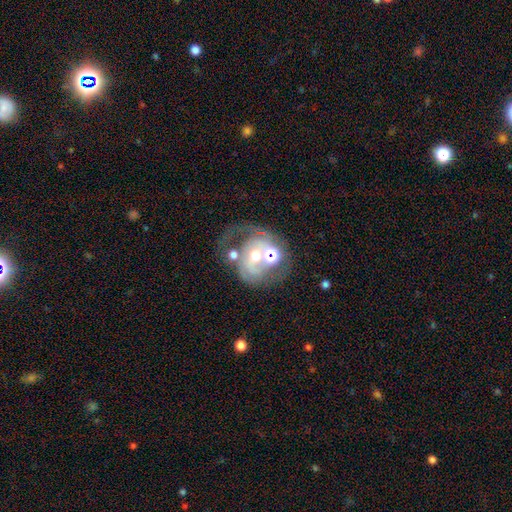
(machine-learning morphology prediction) A featured or disk galaxy (74%) with no bar (54%), 2 (69%) medium (46%) spiral arms (84%) and a moderate central bulge (62%). Merging: none (39%).